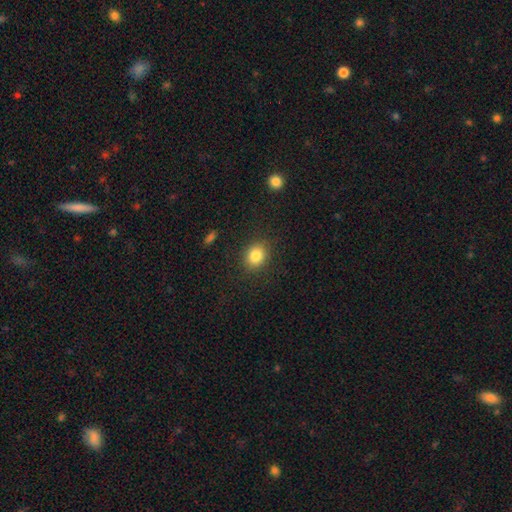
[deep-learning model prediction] Smooth or featured? smooth (83%)
How rounded? round (59%)
Merging? none (86%)